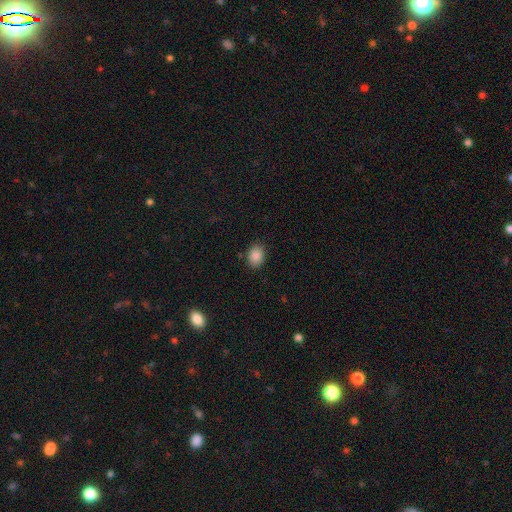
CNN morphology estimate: smooth 87%, star or artifact 9%, featured or disk 3%. Down the decision tree: how rounded — in between (64%); merging — none (85%).